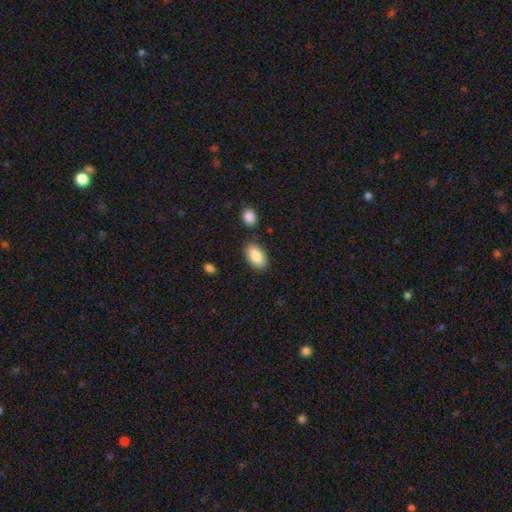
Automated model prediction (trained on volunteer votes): This is clearly a smooth galaxy (85%). How rounded: clearly in between (93%). Merging: clearly none (82%).